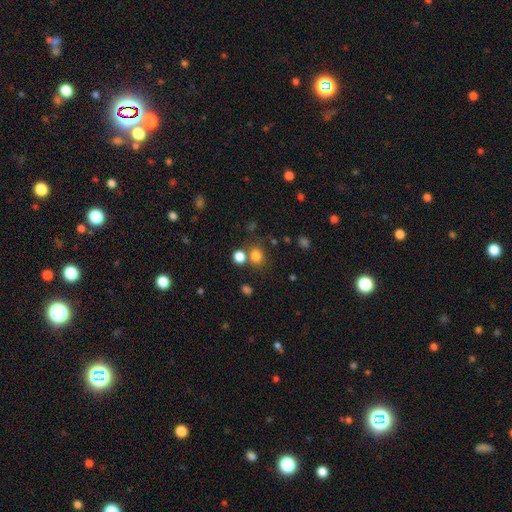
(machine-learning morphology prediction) Overall: smooth (78%). How rounded: round (72%). Merging: none (68%).